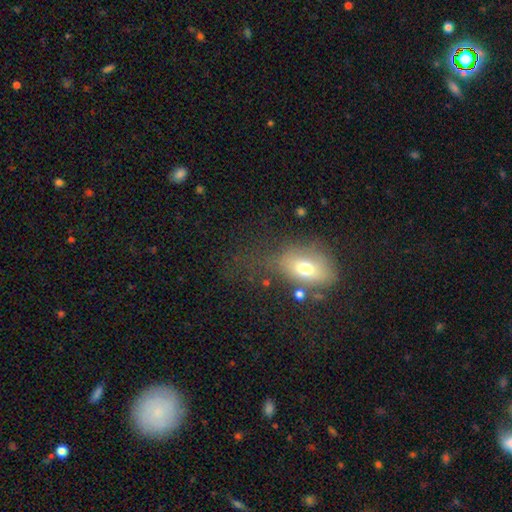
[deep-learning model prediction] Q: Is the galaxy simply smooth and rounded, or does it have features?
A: smooth — 52%.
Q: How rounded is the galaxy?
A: in between — 70%.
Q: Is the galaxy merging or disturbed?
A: none — 37%.